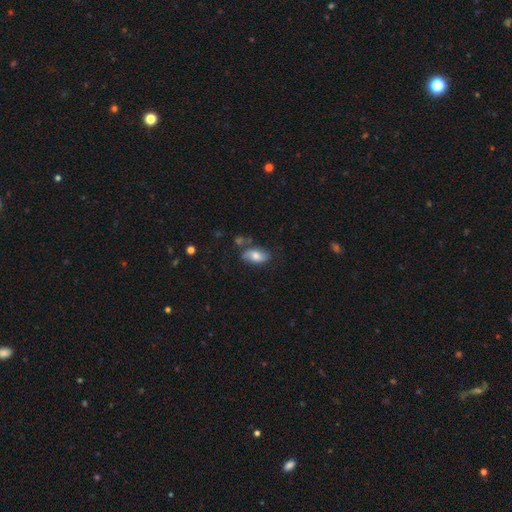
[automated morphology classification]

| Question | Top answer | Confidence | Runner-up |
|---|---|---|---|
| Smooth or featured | smooth | 68% | featured or disk (24%) |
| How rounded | in between | 91% | round (5%) |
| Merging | none | 63% | minor disturbance (22%) |